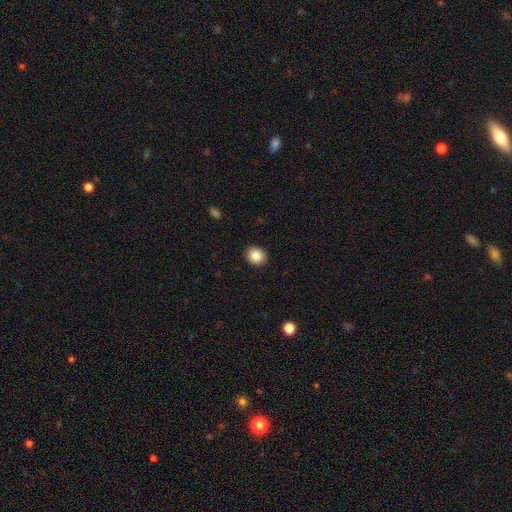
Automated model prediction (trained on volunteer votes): Morphology: type=smooth (87%); roundness=round (73%); merging=none (92%).